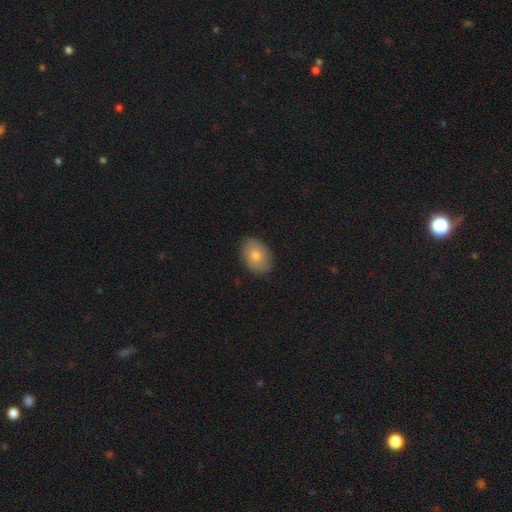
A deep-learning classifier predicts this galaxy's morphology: This is likely a smooth galaxy (79%). How rounded: clearly in between (82%). Merging: clearly none (84%).